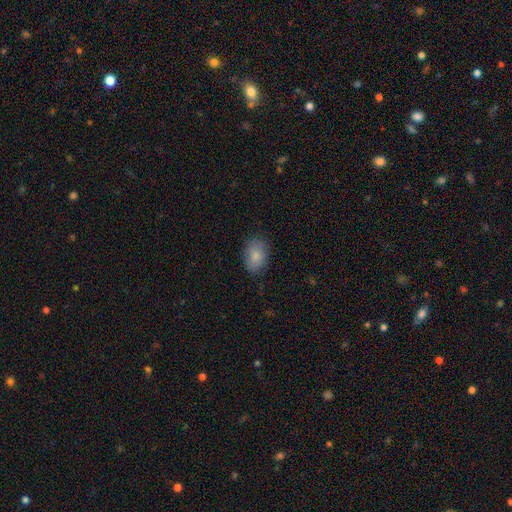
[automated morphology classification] type=smooth (85%); roundness=in between (83%); merging=none (81%).